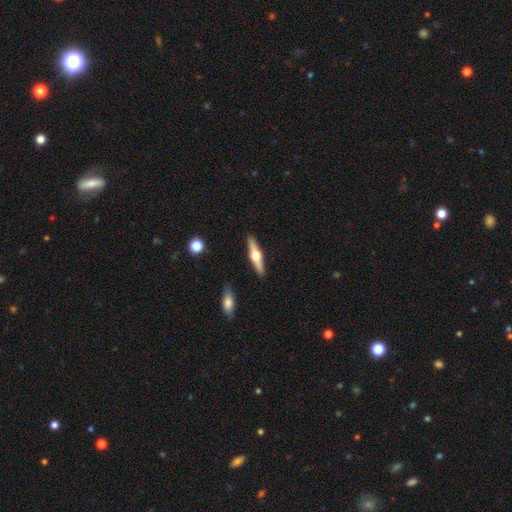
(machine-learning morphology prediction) Q: Smooth or featured?
A: featured or disk (66%); runner-up: smooth (29%)
Q: Edge-on disk?
A: yes (96%); runner-up: no (4%)
Q: Edge-on bulge?
A: rounded (96%); runner-up: boxy (2%)
Q: Merging?
A: none (90%); runner-up: minor disturbance (7%)